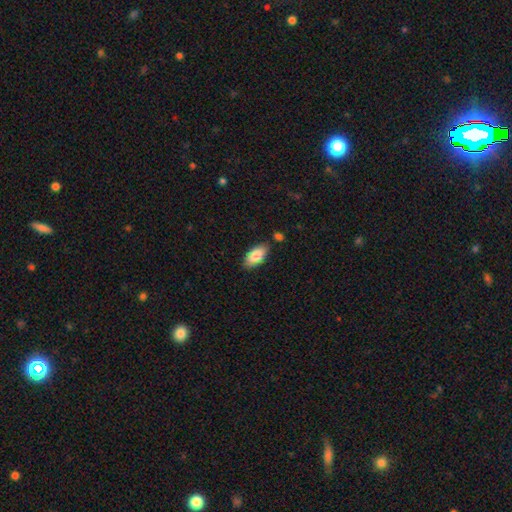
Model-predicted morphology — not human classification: Smooth or featured? Predicted: smooth (p=0.86). How rounded? Predicted: in between (p=0.93). Merging? Predicted: none (p=0.79).